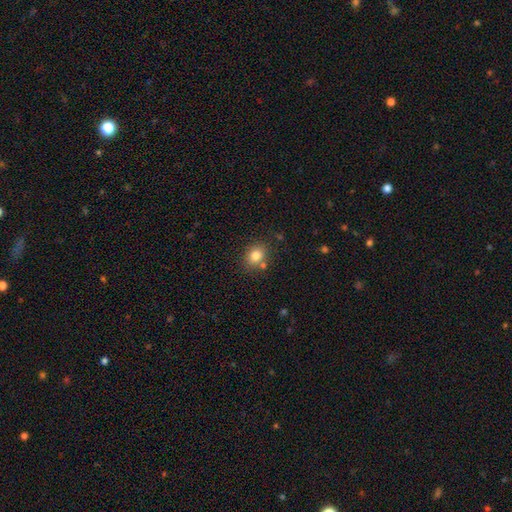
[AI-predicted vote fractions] Smooth or featured? smooth (81%)
How rounded? round (63%)
Merging? none (76%)